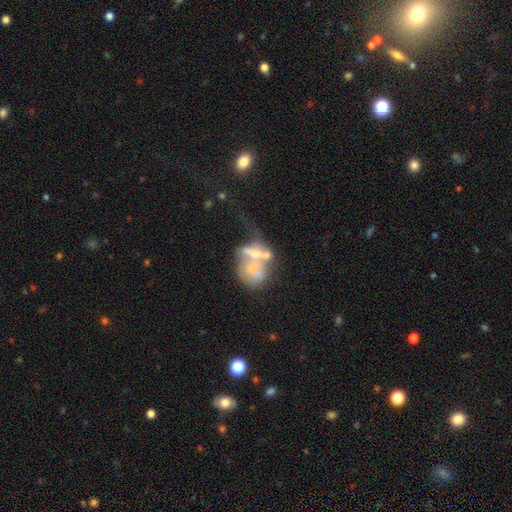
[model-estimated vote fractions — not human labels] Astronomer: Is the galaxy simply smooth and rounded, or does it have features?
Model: featured or disk — 54% (runner-up: smooth, 35%).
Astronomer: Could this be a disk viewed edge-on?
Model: no — 96%.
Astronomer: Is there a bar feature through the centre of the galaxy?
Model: no — 85%.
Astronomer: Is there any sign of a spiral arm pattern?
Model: no — 89%.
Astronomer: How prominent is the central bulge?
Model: moderate — 37% (runner-up: small, 32%).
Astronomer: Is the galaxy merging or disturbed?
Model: merger — 55%.